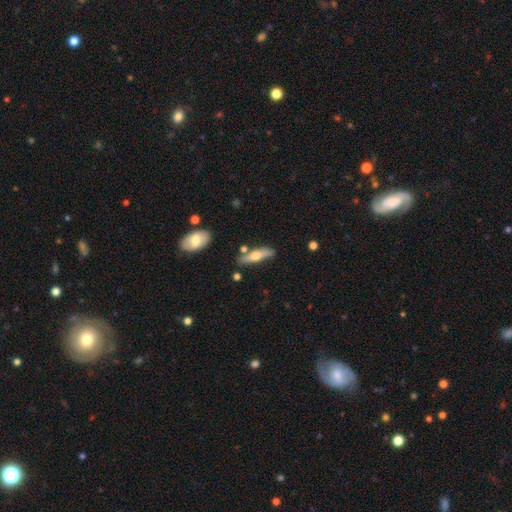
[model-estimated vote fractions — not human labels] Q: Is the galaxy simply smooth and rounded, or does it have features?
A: smooth — 52%.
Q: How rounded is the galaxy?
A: cigar-shaped — 68%.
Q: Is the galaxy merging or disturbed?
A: none — 76%.